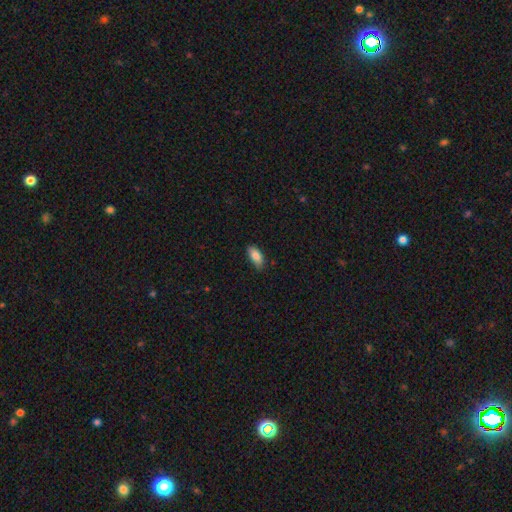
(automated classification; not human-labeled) smooth_or_featured: smooth (p=0.85) [alt: featured or disk p=0.07]
how_rounded: in between (p=0.90) [alt: cigar-shaped p=0.07]
merging: none (p=0.80) [alt: minor disturbance p=0.16]